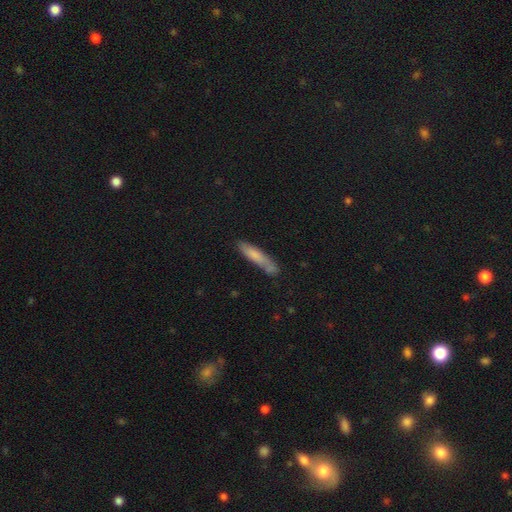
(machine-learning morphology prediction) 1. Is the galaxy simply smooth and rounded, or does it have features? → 74% smooth, 20% featured or disk, 6% star or artifact.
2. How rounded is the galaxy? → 88% cigar-shaped, 11% in between, 1% round.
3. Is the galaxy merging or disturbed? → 70% none, 19% minor disturbance, 6% merger, 4% major disturbance.